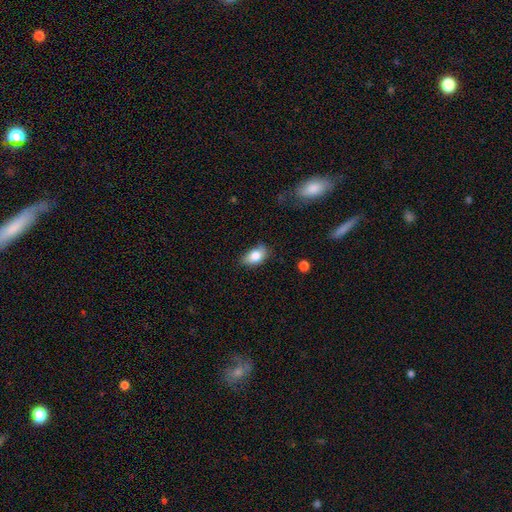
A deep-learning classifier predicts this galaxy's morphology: This appears to be a smooth galaxy with no disk features (83%) that is in between round and cigar-shaped (89%). Merging: none (64%).